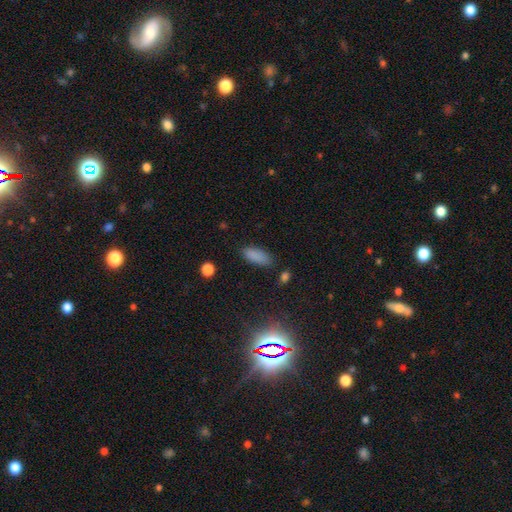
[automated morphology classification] Smooth or featured?
  - smooth: 85% *
  - star or artifact: 10%
  - featured or disk: 5%
How rounded?
  - in between: 78% *
  - cigar-shaped: 20%
  - round: 2%
Merging?
  - none: 80% *
  - minor disturbance: 14%
  - major disturbance: 3%
  - merger: 3%